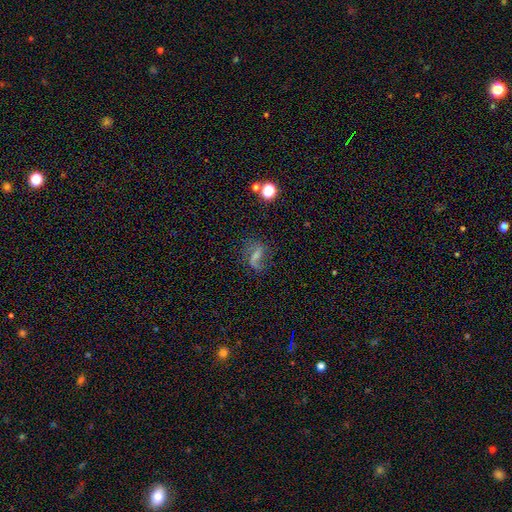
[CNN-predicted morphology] Smooth or featured: featured or disk — 71% (smooth — 16%)
Edge-on disk: no — 96% (yes — 4%)
Bar: strong — 44% (weak — 37%)
Spiral arms: yes — 89% (no — 11%)
Spiral winding: loose — 65% (medium — 27%)
Spiral arm count: 2 — 77% (1 — 17%)
Bulge size: none — 44% (small — 37%)
Merging: none — 67% (minor disturbance — 16%)